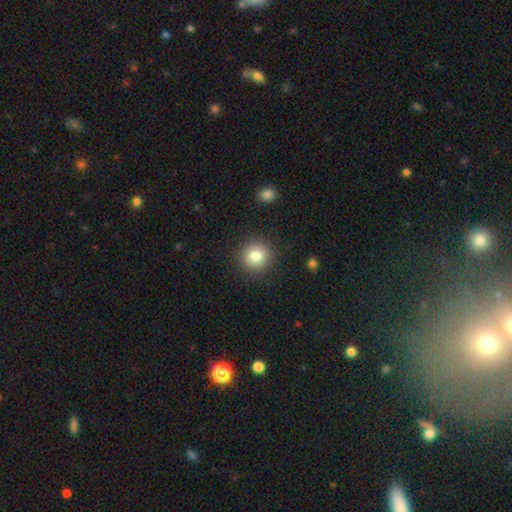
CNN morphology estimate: smooth-or-featured: smooth: 83% | star or artifact: 10% | featured or disk: 7%
  how-rounded: round: 92% | in between: 7% | cigar-shaped: 1%
  merging: none: 90% | minor disturbance: 6% | major disturbance: 2% | merger: 1%